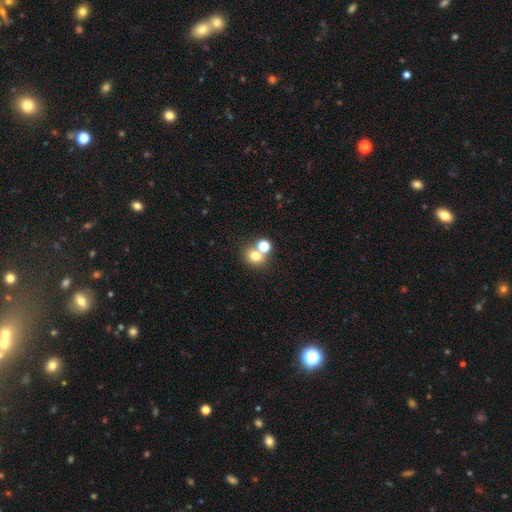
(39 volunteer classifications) smooth_or_featured: smooth (p=0.82) [alt: featured or disk p=0.10]
how_rounded: round (p=0.62) [alt: in between p=0.38]
merging: none (p=0.61) [alt: merger p=0.25]